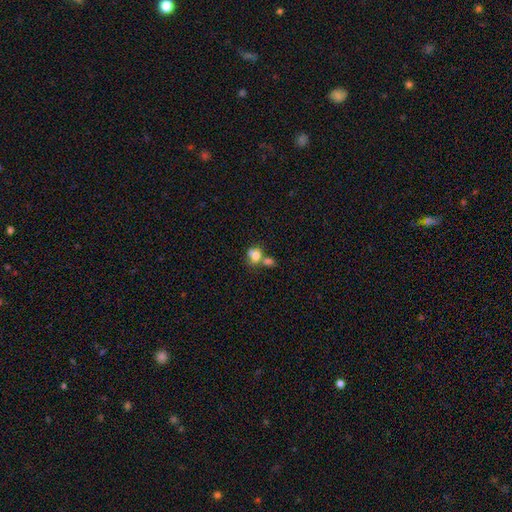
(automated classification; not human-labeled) Morphology: type=smooth (73%); roundness=in between (50%); merging=merger (53%).